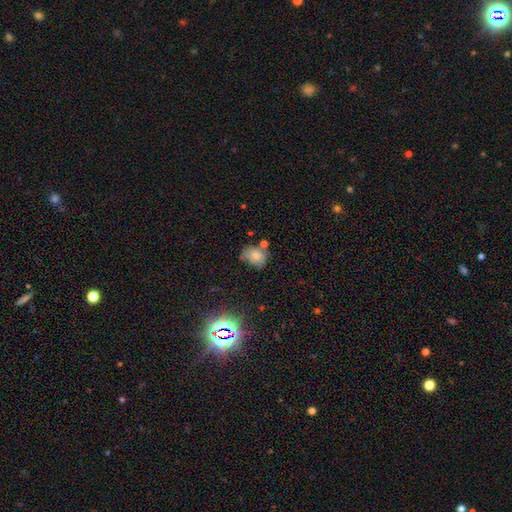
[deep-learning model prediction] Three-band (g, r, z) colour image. It shows a smooth galaxy with no disk features (70%) that is in between round and cigar-shaped (59%). Merging: none (52%).